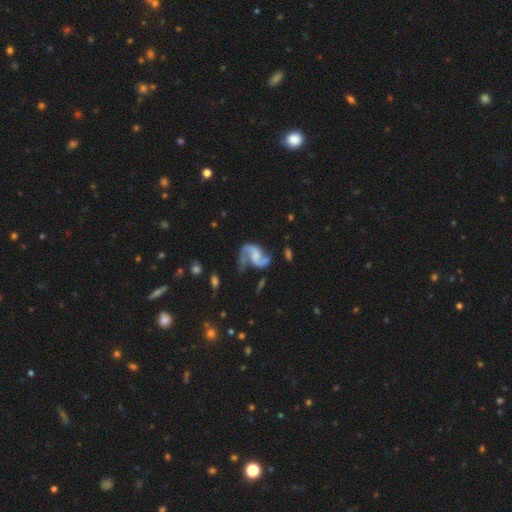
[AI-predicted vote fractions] Q: Smooth or featured?
A: featured or disk (87%); runner-up: smooth (8%)
Q: Edge-on disk?
A: no (98%); runner-up: yes (2%)
Q: Bar?
A: no (43%); runner-up: weak (41%)
Q: Spiral arms?
A: yes (96%); runner-up: no (4%)
Q: Spiral winding?
A: loose (61%); runner-up: medium (32%)
Q: Spiral arm count?
A: 2 (89%); runner-up: 1 (5%)
Q: Bulge size?
A: none (42%); runner-up: small (25%)
Q: Merging?
A: none (50%); runner-up: major disturbance (22%)